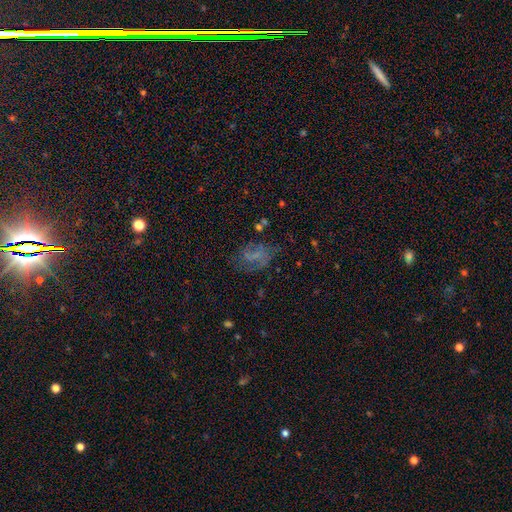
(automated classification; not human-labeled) Morphology: type=featured or disk (45%); merging=none (51%).